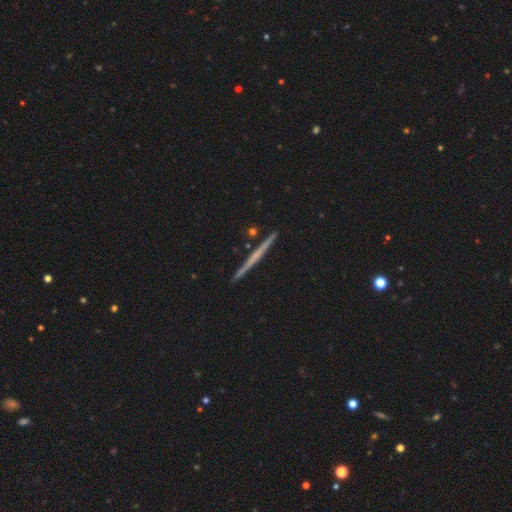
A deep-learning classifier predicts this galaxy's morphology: Overall: featured or disk (57%; smooth 37%). Edge-on disk: yes (98%). Edge-on bulge: none (86%). Merging: none (92%).